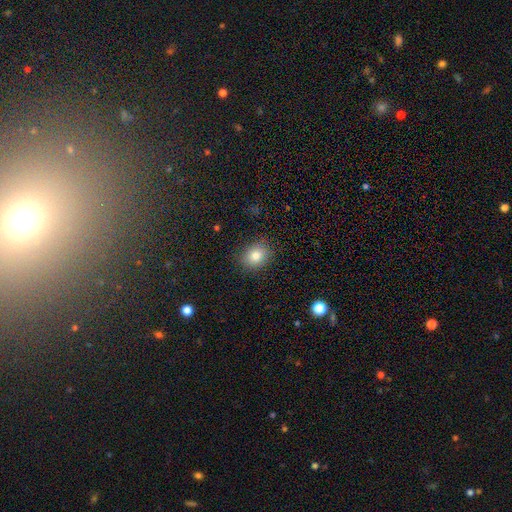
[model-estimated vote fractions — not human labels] smooth 82%, star or artifact 10%, featured or disk 7%. Down the decision tree: how rounded — round (50%); merging — none (87%).